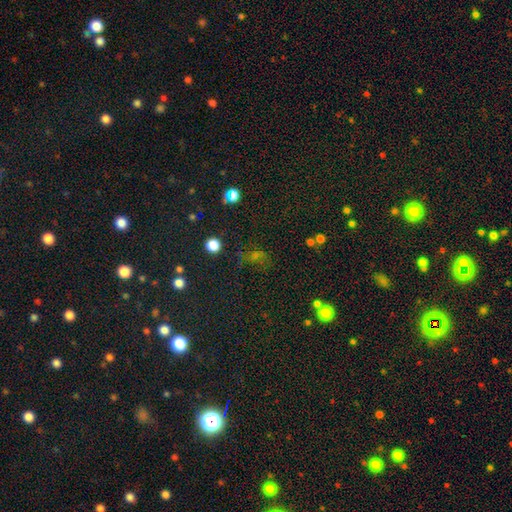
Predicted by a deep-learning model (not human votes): The model was most divided on "smooth or featured": star or artifact: 46%, smooth: 41%, featured or disk: 14%.